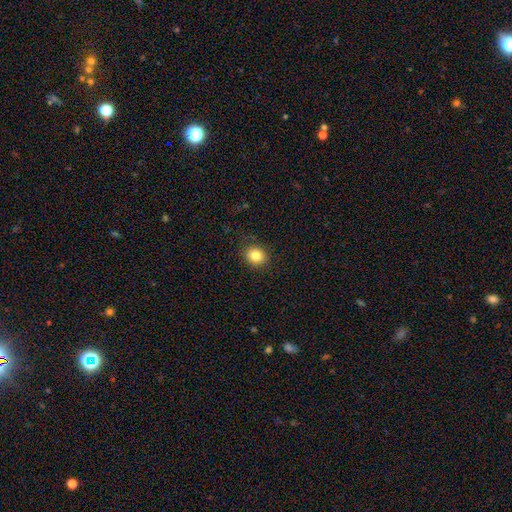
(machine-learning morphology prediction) Smooth or featured? Predicted: smooth (p=0.83). How rounded? Predicted: round (p=0.67). Merging? Predicted: none (p=0.87).